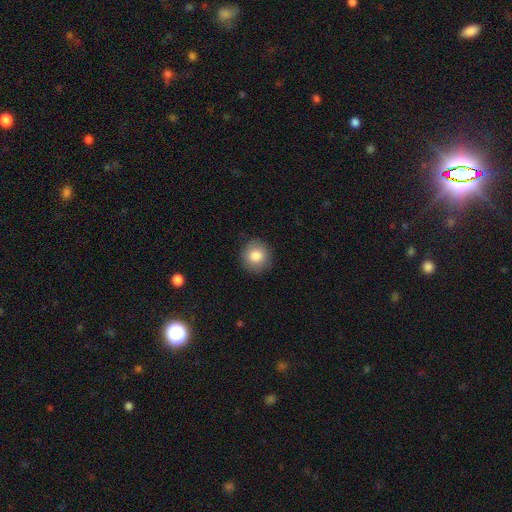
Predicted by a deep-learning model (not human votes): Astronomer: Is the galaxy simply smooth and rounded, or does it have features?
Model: smooth — 84%.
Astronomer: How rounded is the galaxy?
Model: round — 90%.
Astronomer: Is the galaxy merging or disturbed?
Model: none — 89%.